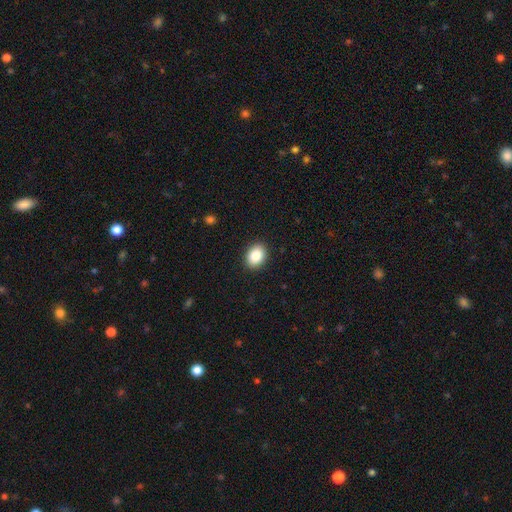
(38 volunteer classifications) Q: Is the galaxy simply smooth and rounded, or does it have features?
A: smooth — 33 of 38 (87%).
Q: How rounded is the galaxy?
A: in between — 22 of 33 (67%).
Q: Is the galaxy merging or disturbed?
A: none — 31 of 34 (91%).